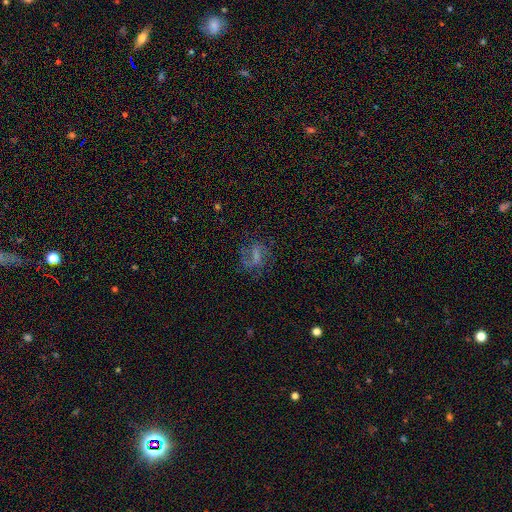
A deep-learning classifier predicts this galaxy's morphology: The model was most divided on "bar": weak: 44%, strong: 30%, no: 26%. Remaining: edge-on disk — no (96%); spiral arms — yes (79%); merging — none (59%); smooth or featured — featured or disk (56%); bulge size — none (45%).